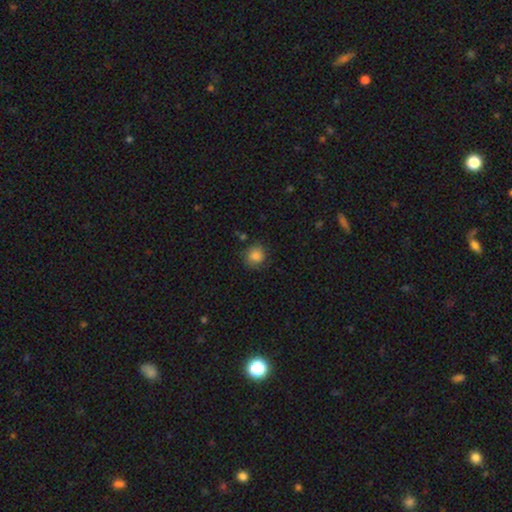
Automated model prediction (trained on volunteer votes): The model was most divided on "merging": none: 79%, minor disturbance: 16%, major disturbance: 4%, merger: 2%. More confident: smooth or featured — smooth (84%); how rounded — round (84%).